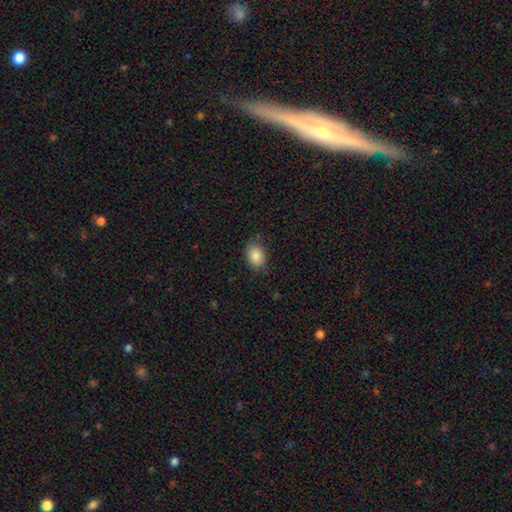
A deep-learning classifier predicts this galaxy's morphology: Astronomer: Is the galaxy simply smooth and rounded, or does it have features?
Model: smooth — 88%.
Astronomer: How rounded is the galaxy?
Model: in between — 73%.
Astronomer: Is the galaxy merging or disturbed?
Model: none — 80%.